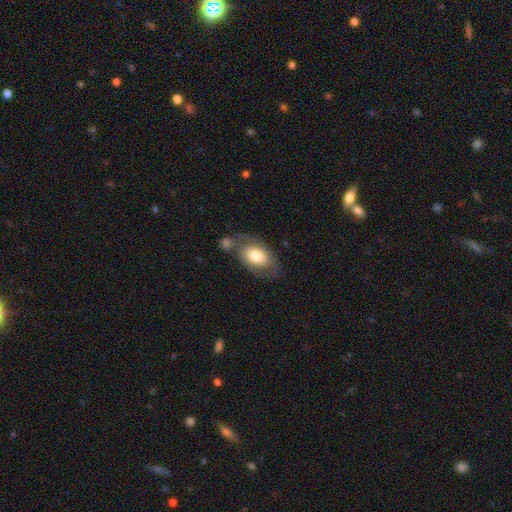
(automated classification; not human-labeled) A smooth galaxy with no disk features (62%) that is in between round and cigar-shaped (87%). Merging: none (50%).